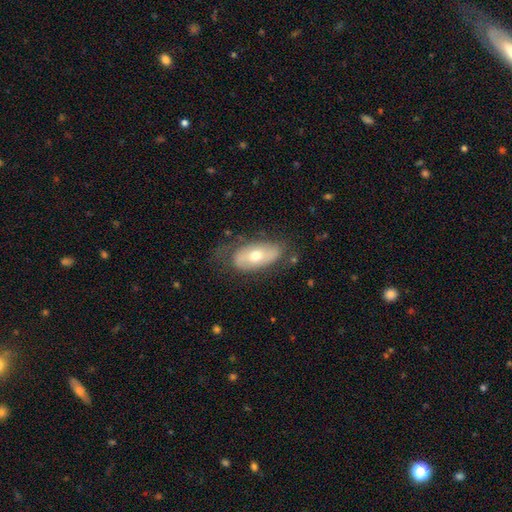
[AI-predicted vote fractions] The model was most divided on "smooth or featured": smooth: 49%, featured or disk: 44%, star or artifact: 7%. More confident: merging — none (60%).